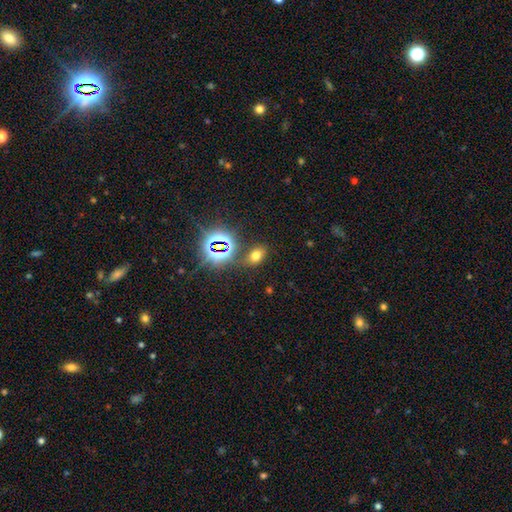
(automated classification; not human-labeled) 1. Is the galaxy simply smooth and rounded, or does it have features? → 61% smooth, 30% star or artifact, 9% featured or disk.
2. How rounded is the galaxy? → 78% in between, 20% round, 2% cigar-shaped.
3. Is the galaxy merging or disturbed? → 79% none, 11% minor disturbance, 6% merger, 4% major disturbance.